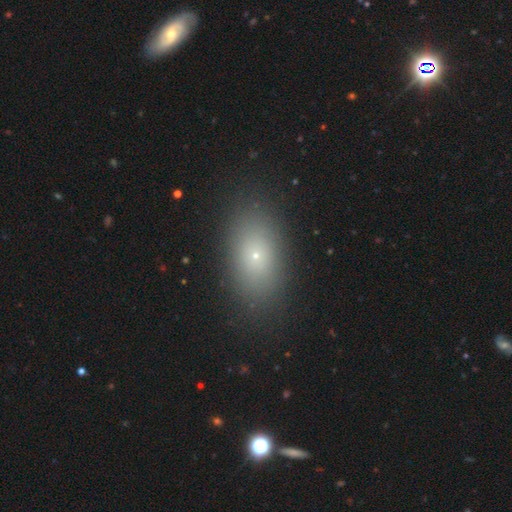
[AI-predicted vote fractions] Q: Smooth or featured?
A: smooth (69%); runner-up: featured or disk (16%)
Q: How rounded?
A: in between (84%); runner-up: round (12%)
Q: Merging?
A: none (88%); runner-up: minor disturbance (8%)